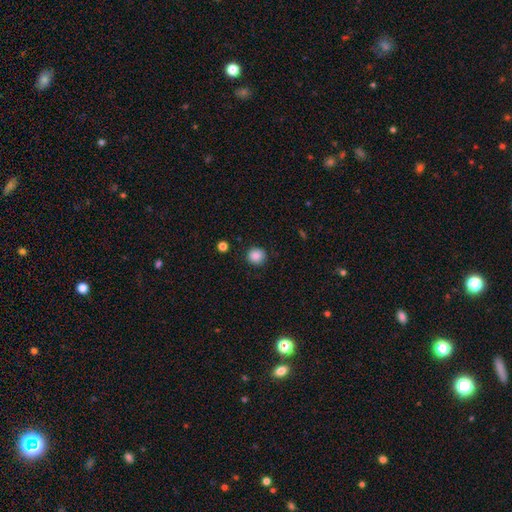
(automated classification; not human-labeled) Q: Smooth or featured?
A: smooth (87%); runner-up: star or artifact (10%)
Q: How rounded?
A: round (91%); runner-up: in between (8%)
Q: Merging?
A: none (89%); runner-up: minor disturbance (8%)